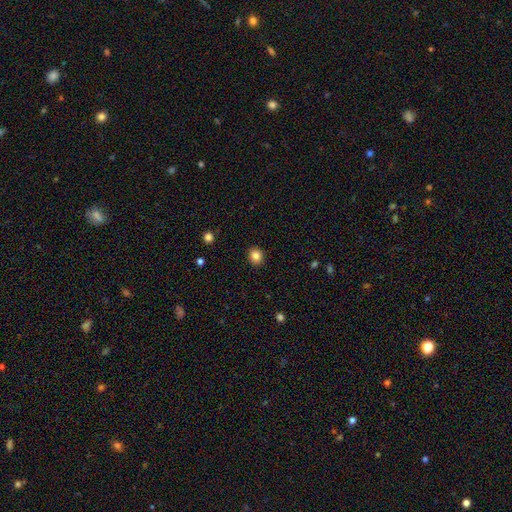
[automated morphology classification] Smooth or featured? smooth (84%)
How rounded? round (77%)
Merging? none (90%)